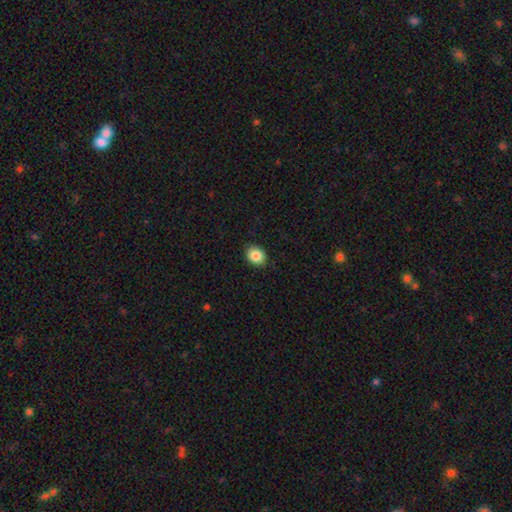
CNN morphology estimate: smooth-or-featured: smooth: 86% | star or artifact: 9% | featured or disk: 5%
  how-rounded: round: 56% | in between: 43% | cigar-shaped: 1%
  merging: none: 88% | minor disturbance: 9% | major disturbance: 2% | merger: 1%